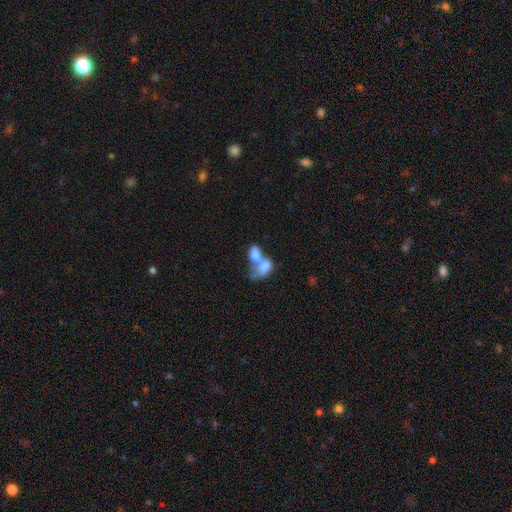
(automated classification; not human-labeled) Morphology: type=smooth (74%); roundness=in between (88%); merging=merger (75%).